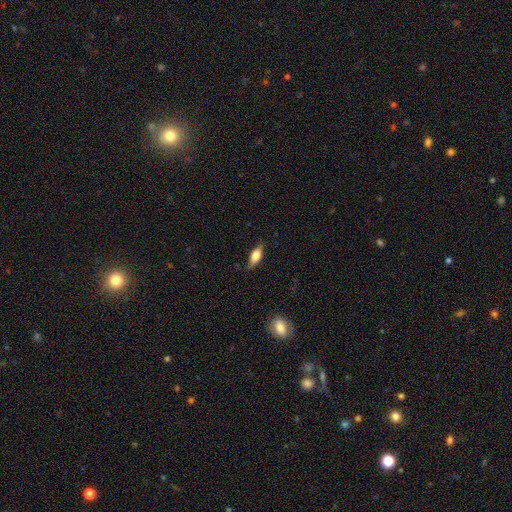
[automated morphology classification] Smooth or featured?
  - smooth: 66% *
  - featured or disk: 28%
  - star or artifact: 7%
How rounded?
  - in between: 72% *
  - cigar-shaped: 24%
  - round: 3%
Merging?
  - none: 76% *
  - minor disturbance: 19%
  - major disturbance: 4%
  - merger: 1%